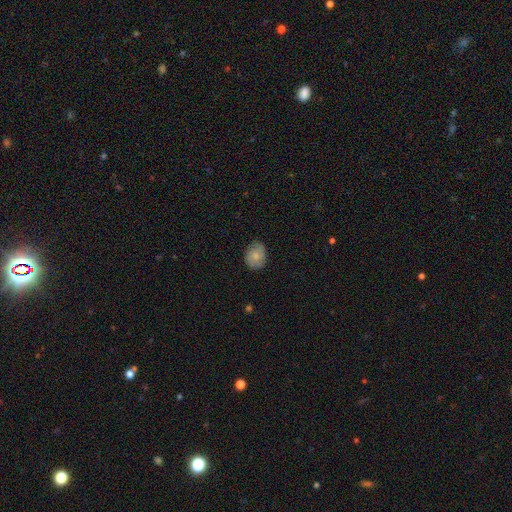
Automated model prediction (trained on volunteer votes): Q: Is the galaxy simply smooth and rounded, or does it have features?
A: smooth — 72%.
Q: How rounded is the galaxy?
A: in between — 55%.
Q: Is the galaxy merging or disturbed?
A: none — 79%.